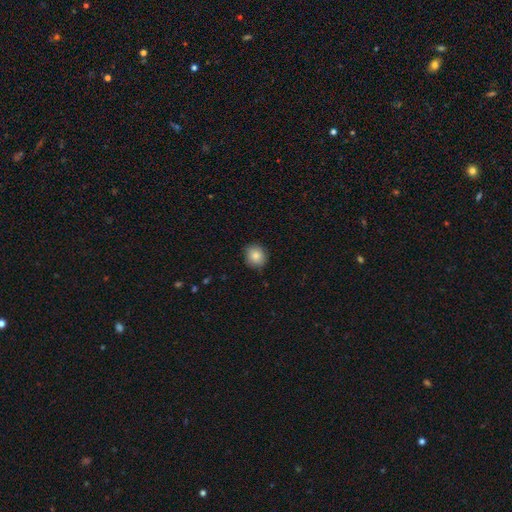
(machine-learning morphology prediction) type=smooth (85%); roundness=round (82%); merging=none (85%).